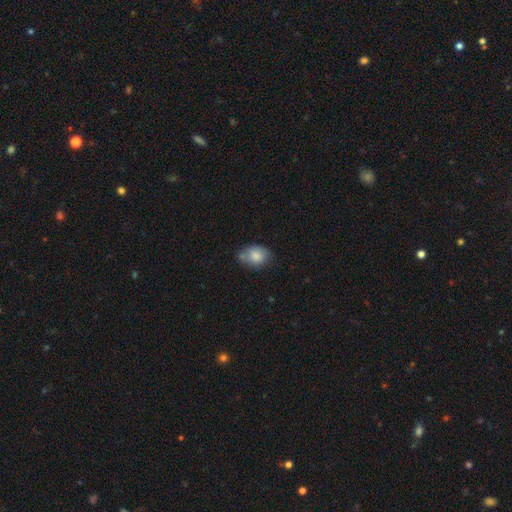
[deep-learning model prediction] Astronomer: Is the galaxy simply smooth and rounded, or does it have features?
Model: smooth — 78%.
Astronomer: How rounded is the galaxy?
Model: in between — 71%.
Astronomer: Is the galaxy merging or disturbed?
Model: none — 56%.